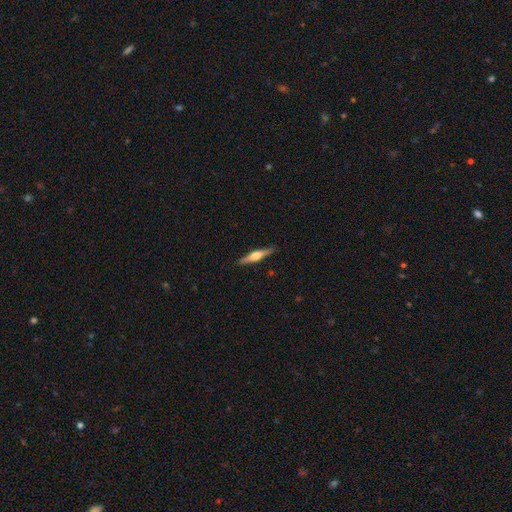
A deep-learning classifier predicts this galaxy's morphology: This is likely a featured or disk galaxy (63%). It is clearly viewed edge-on (97%). Edge-on bulge: clearly rounded (90%). Merging: clearly none (90%).